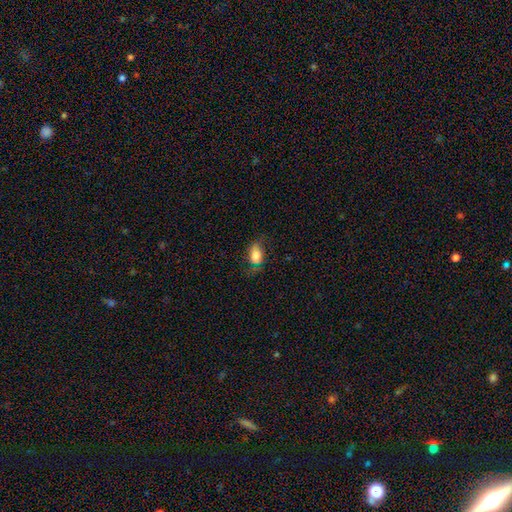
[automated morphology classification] type=smooth (76%); roundness=in between (85%); merging=none (57%).